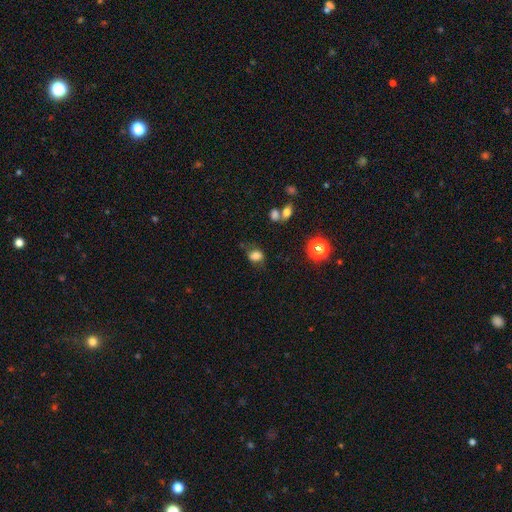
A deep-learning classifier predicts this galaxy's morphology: This is likely a smooth galaxy (77%). How rounded: likely in between (69%). Merging: possibly none (58%).